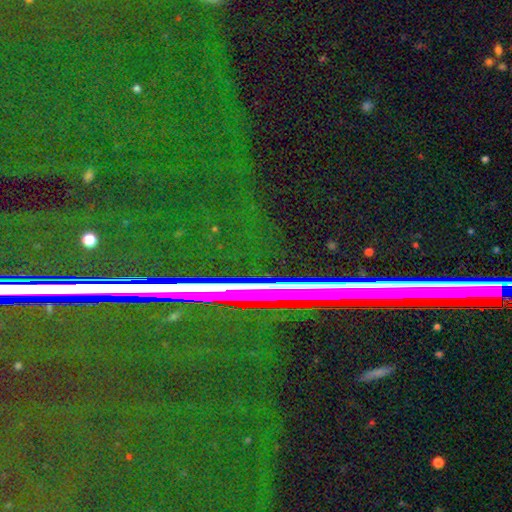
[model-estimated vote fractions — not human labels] smooth-or-featured: star or artifact: 81% | featured or disk: 10% | smooth: 8%